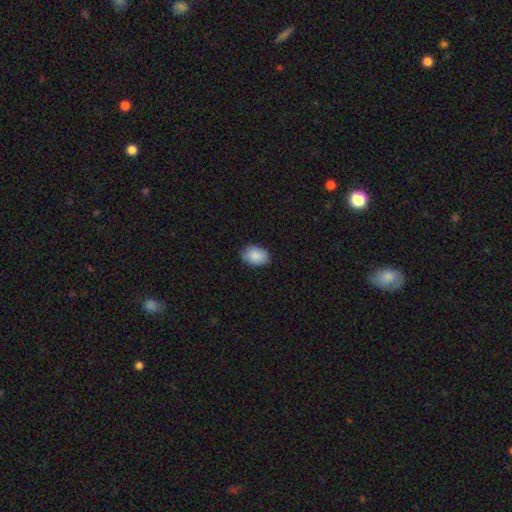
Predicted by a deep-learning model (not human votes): Morphology: type=smooth (89%); roundness=in between (76%); merging=none (81%).